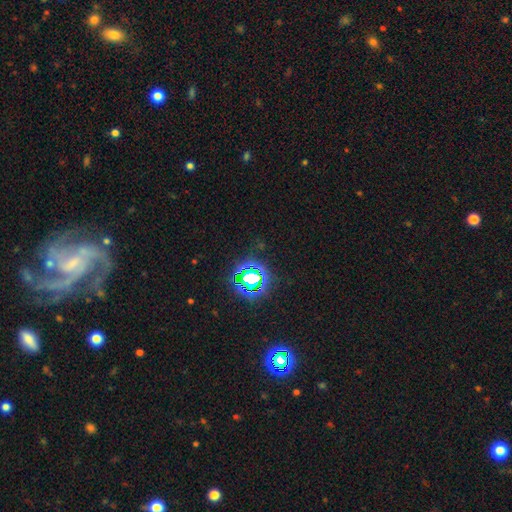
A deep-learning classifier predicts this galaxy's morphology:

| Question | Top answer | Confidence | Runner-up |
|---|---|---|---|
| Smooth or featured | featured or disk | 46% | star or artifact (38%) |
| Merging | none | 74% | minor disturbance (12%) |